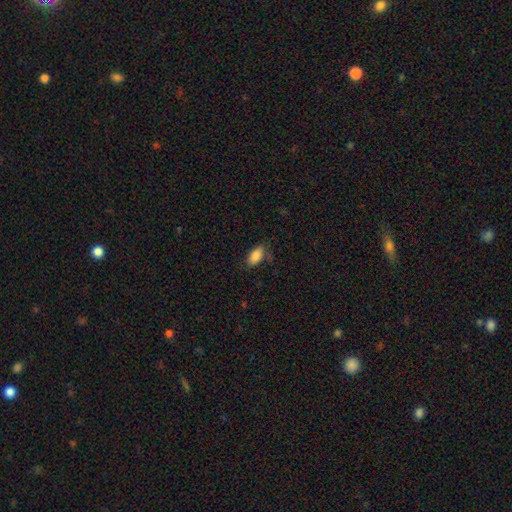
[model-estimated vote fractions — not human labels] Morphology: type=smooth (86%); roundness=in between (91%); merging=none (71%).